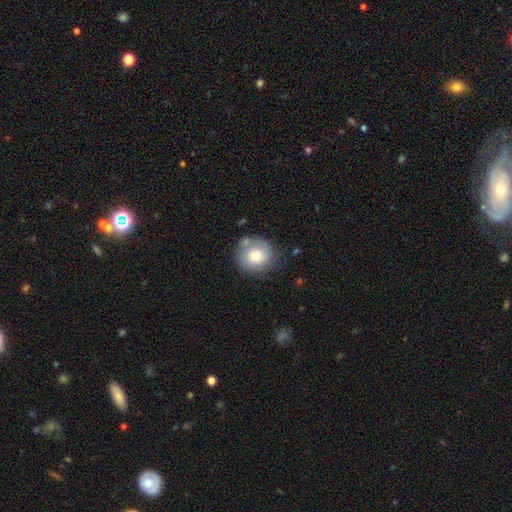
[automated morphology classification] type=smooth (73%); roundness=round (88%); merging=none (71%).